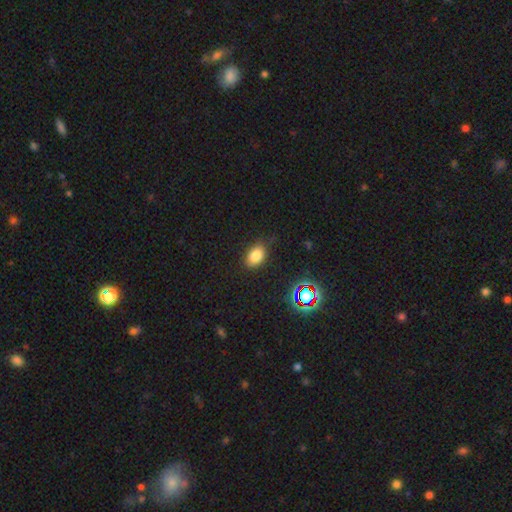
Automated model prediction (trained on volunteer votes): Smooth or featured? smooth (79%)
How rounded? in between (83%)
Merging? none (79%)